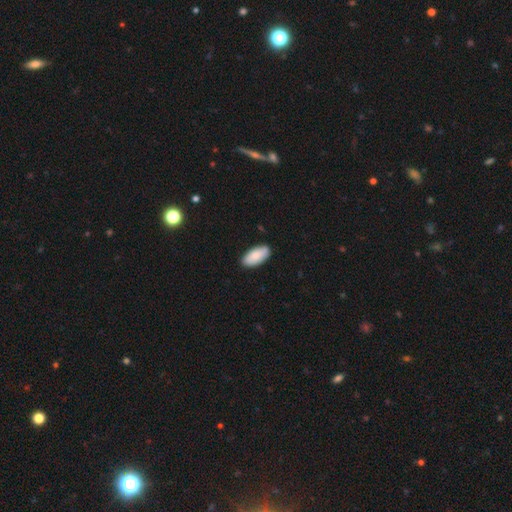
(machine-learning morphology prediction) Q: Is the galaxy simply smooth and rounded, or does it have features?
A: smooth — 86%.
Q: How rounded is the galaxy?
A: in between — 93%.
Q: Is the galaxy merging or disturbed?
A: none — 87%.